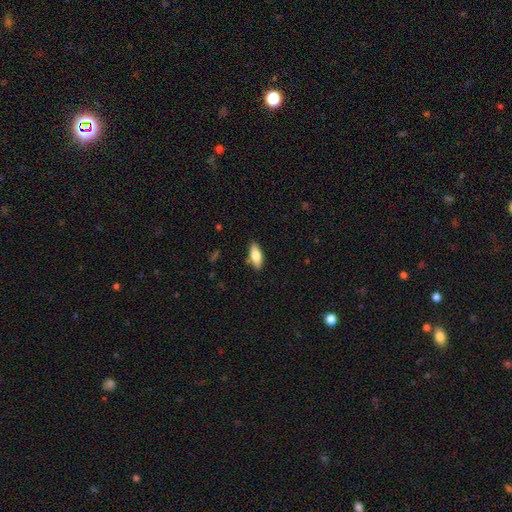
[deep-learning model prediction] This is likely a smooth galaxy (75%). How rounded: likely in between (74%). Merging: clearly none (84%).